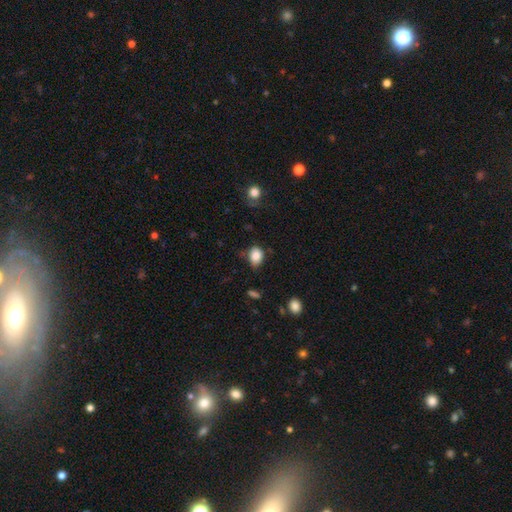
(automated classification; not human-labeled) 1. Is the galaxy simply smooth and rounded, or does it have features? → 86% smooth, 9% star or artifact, 5% featured or disk.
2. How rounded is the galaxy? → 67% in between, 32% round, 1% cigar-shaped.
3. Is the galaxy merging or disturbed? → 62% none, 29% minor disturbance, 6% major disturbance, 3% merger.